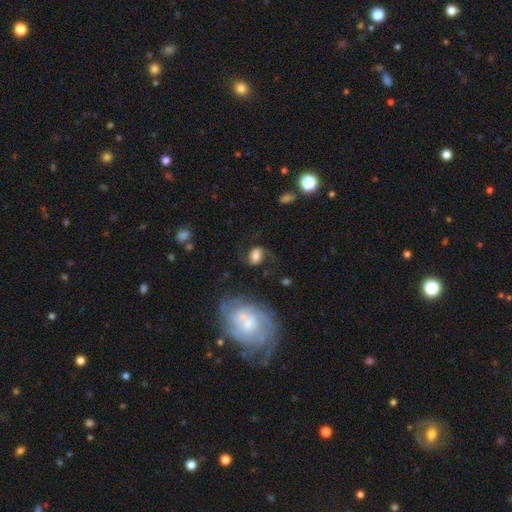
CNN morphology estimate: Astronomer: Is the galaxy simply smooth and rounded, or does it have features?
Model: smooth — 50% (runner-up: featured or disk, 40%).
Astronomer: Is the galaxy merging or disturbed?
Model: none — 59%.